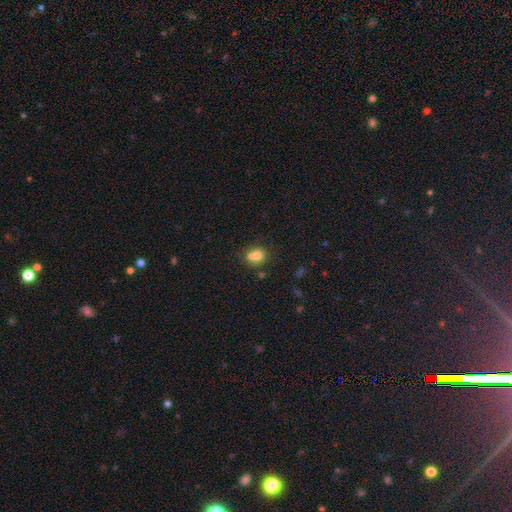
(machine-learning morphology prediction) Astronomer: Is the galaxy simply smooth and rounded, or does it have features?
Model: smooth — 71%.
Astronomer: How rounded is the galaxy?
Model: round — 67%.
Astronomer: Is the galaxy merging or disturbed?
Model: merger — 54% (runner-up: none, 34%).